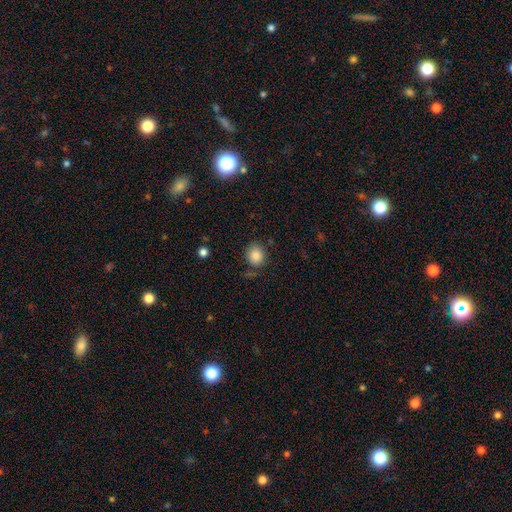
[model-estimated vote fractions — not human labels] A smooth galaxy with no disk features (86%) that is round (76%).

Vote fractions:
- Smooth or featured? smooth: 86% / star or artifact: 10% / featured or disk: 5%
- How rounded? round: 76% / in between: 23% / cigar-shaped: 1%
- Merging? none: 77% / minor disturbance: 15% / major disturbance: 5% / merger: 3%